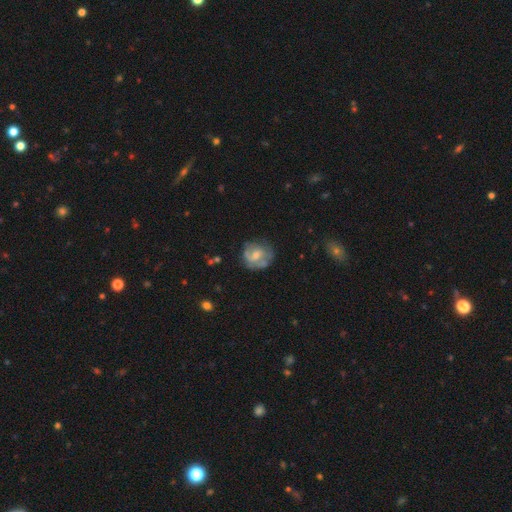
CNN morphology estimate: The model was most divided on "smooth or featured": featured or disk: 52%, smooth: 40%, star or artifact: 8%. More confident: edge-on disk — no (97%); merging — none (60%); spiral arms — yes (60%); bar — no (58%); bulge size — moderate (53%).